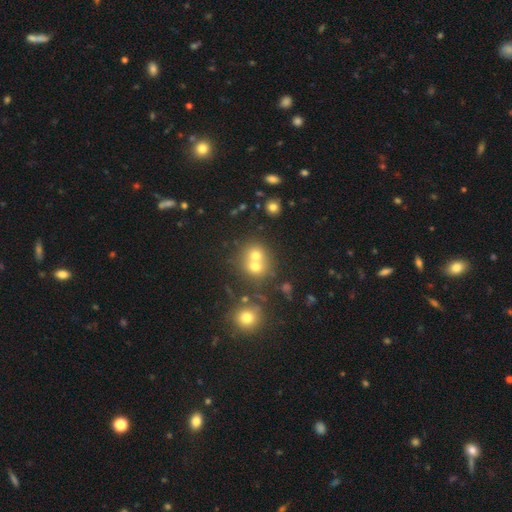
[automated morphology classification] Smooth or featured? Predicted: smooth (p=0.66). How rounded? Predicted: round (p=0.79). Merging? Predicted: merger (p=0.57).